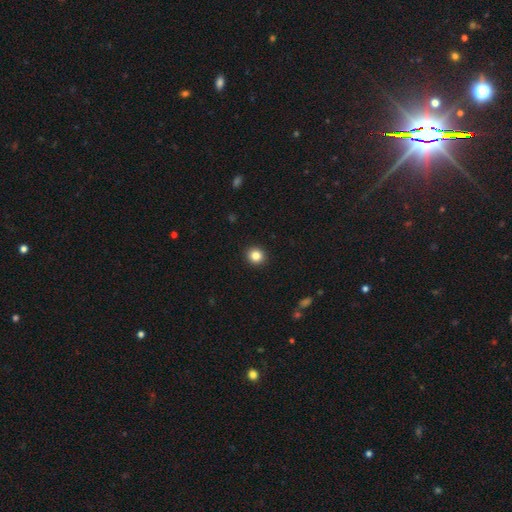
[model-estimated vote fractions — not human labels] This is clearly a smooth galaxy (84%). How rounded: clearly round (91%). Merging: clearly none (93%).